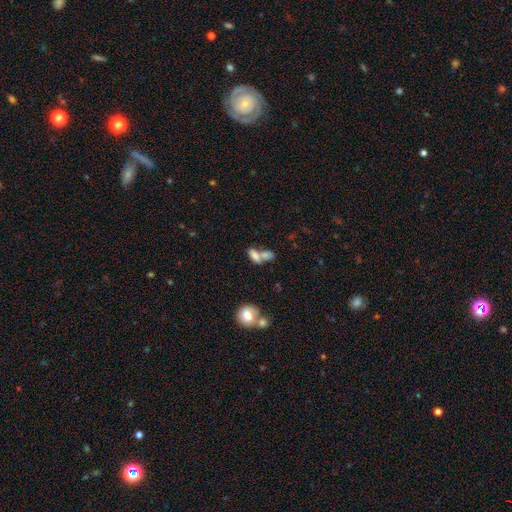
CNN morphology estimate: smooth 73%, featured or disk 17%, star or artifact 11%. Down the decision tree: how rounded — in between (79%); merging — merger (58%).